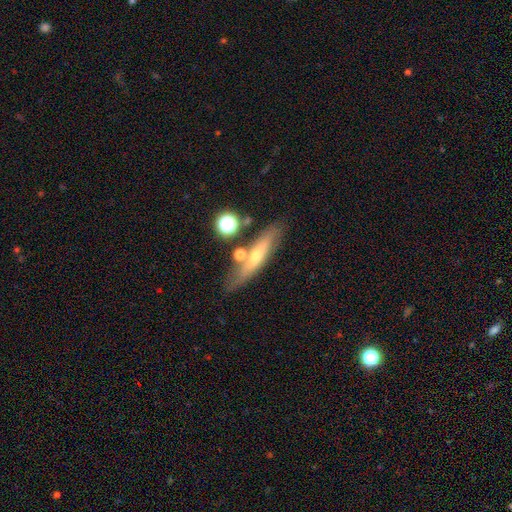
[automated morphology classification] Overall: smooth (47%; featured or disk 44%). Merging: none (73%).